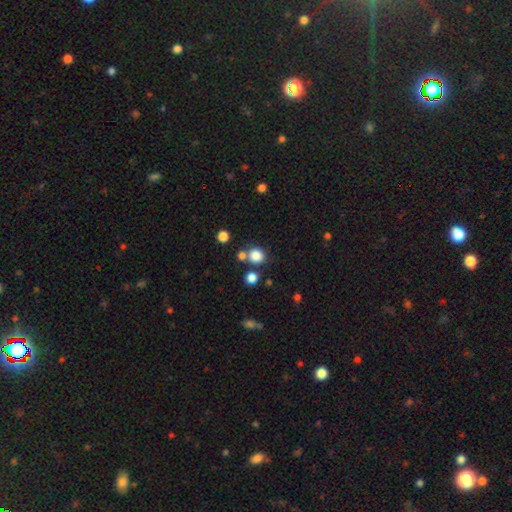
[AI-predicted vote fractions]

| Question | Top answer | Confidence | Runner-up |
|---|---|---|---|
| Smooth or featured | smooth | 83% | star or artifact (12%) |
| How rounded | round | 86% | in between (13%) |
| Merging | none | 70% | merger (17%) |